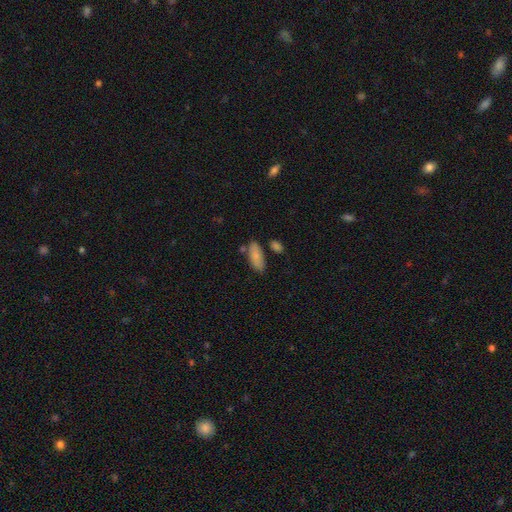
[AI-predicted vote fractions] Smooth or featured? smooth (82%)
How rounded? in between (83%)
Merging? none (69%)